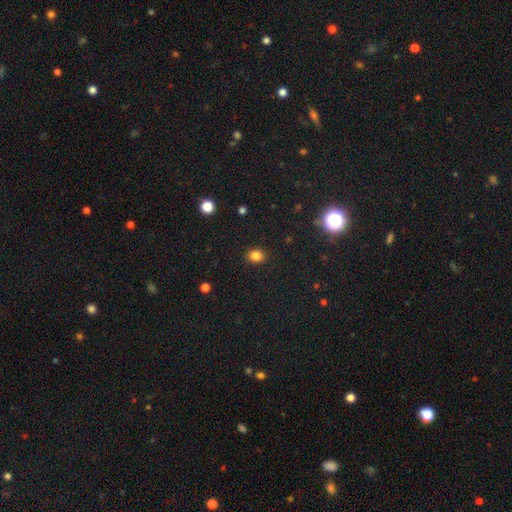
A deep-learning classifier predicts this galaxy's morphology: This is clearly a smooth galaxy (83%). How rounded: possibly round (52%). Merging: clearly none (89%).